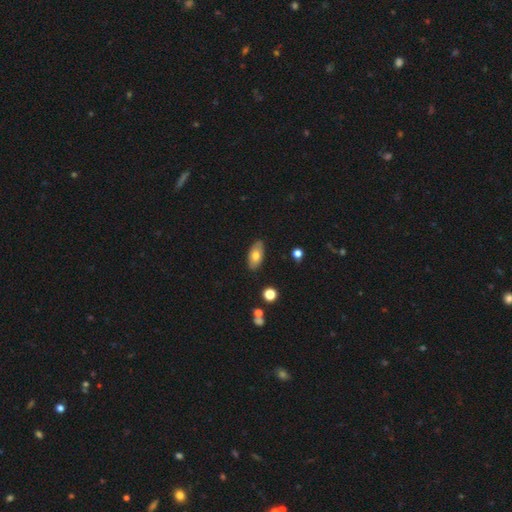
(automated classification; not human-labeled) This is likely a smooth galaxy (70%). How rounded: clearly in between (91%). Merging: clearly none (85%).